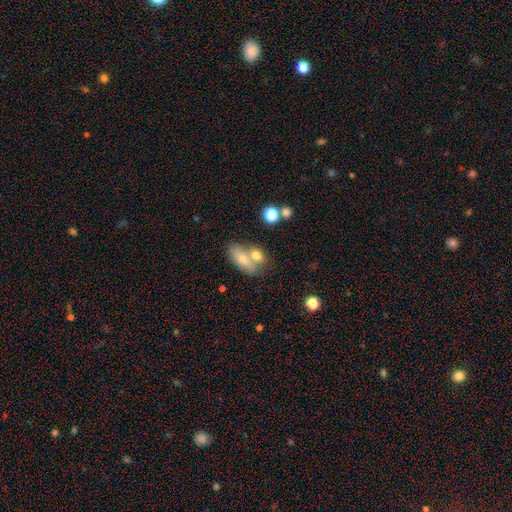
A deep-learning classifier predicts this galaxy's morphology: A smooth galaxy with no disk features (47%).

Vote fractions:
- Smooth or featured? smooth: 47% / featured or disk: 32% / star or artifact: 21%
- Merging? none: 46% / merger: 32% / minor disturbance: 13% / major disturbance: 9%